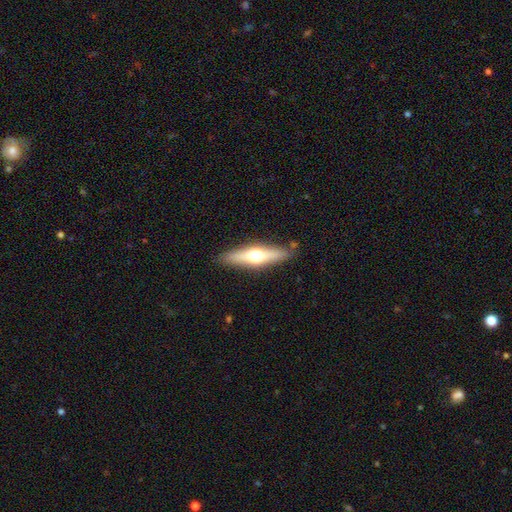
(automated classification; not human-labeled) Overall: featured or disk (54%; smooth 40%). Edge-on disk: yes (92%). Merging: none (88%).